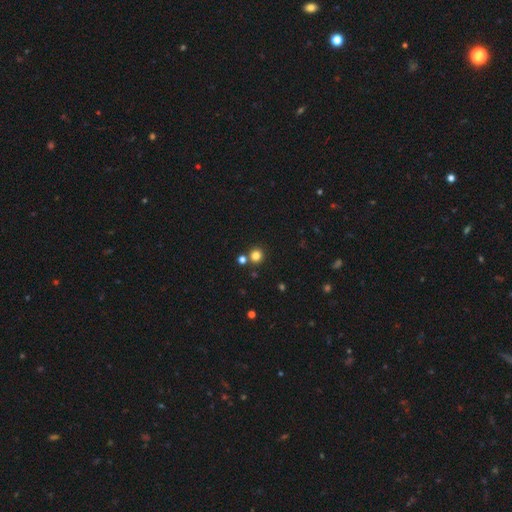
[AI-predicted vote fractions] smooth_or_featured: smooth (p=0.81) [alt: star or artifact p=0.14]
how_rounded: round (p=0.92) [alt: in between p=0.07]
merging: none (p=0.79) [alt: merger p=0.12]